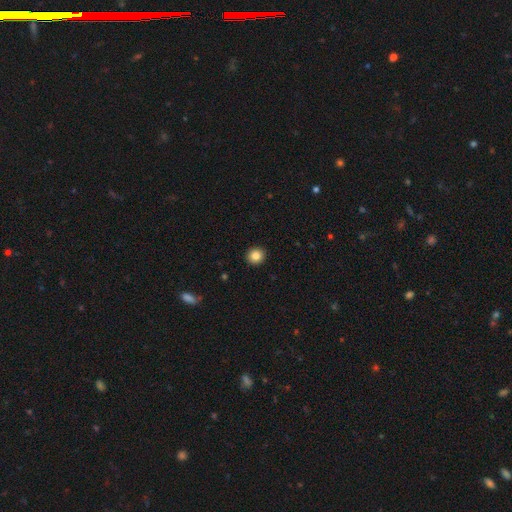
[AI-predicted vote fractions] The model was most divided on "smooth or featured": smooth: 85%, star or artifact: 10%, featured or disk: 5%. More confident: merging — none (93%); how rounded — round (91%).